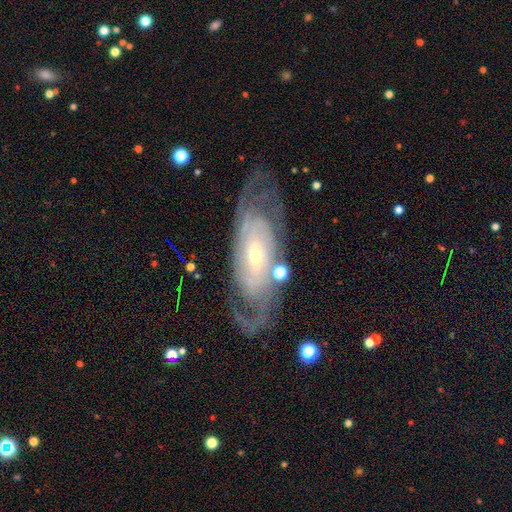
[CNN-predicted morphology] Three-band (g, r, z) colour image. It shows a featured or disk galaxy (86%) with no bar (57%), tight (67%) spiral arms (93%) and a small central bulge (63%). Merging: none (73%).